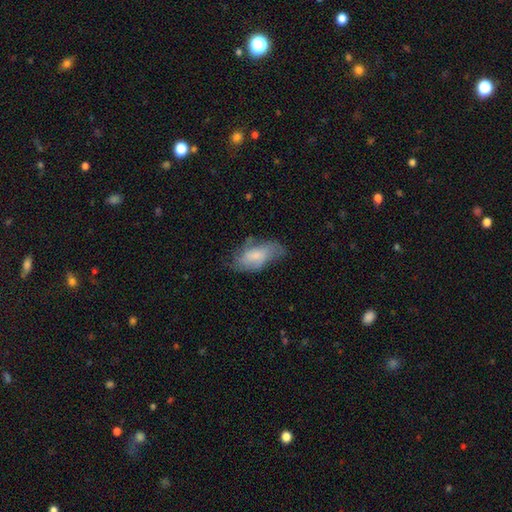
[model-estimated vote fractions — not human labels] Smooth or featured?
  - smooth: 56% *
  - featured or disk: 37%
  - star or artifact: 7%
How rounded?
  - in between: 90% *
  - cigar-shaped: 7%
  - round: 3%
Merging?
  - none: 49% *
  - minor disturbance: 32%
  - major disturbance: 17%
  - merger: 2%